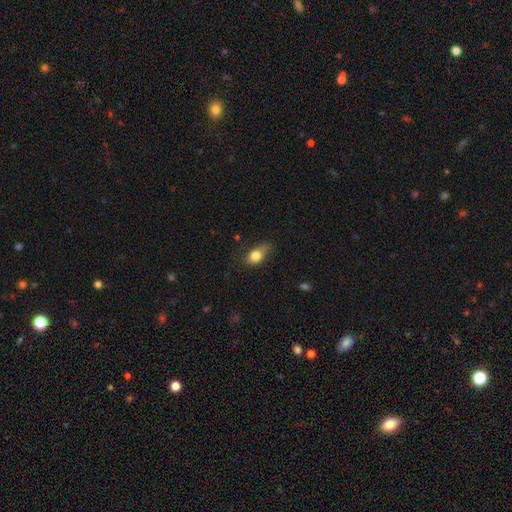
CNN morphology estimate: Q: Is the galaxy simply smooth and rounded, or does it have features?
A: smooth — 81%.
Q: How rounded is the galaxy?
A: in between — 77%.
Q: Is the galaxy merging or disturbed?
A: none — 49%.